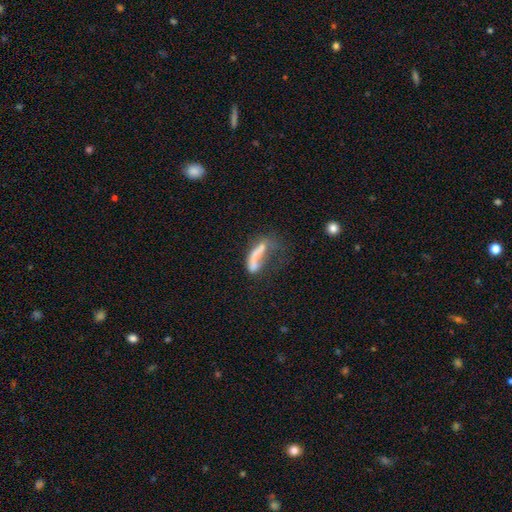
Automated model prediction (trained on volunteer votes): This appears to be a smooth galaxy with no disk features (49%). Merging: major disturbance (48%).